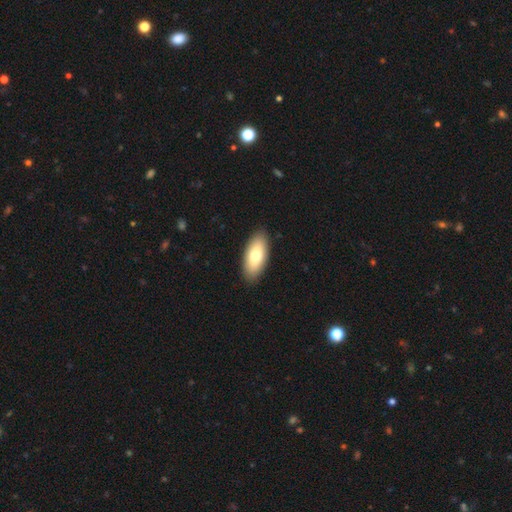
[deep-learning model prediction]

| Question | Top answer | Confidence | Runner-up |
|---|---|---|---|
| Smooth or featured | smooth | 75% | featured or disk (19%) |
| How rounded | in between | 88% | cigar-shaped (10%) |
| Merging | none | 90% | minor disturbance (7%) |